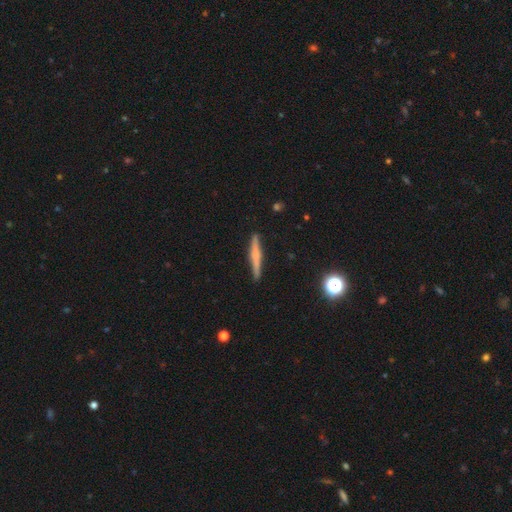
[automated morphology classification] smooth-or-featured: featured or disk: 51% | smooth: 41% | star or artifact: 8%
  disk-edge-on: yes: 97% | no: 3%
  merging: none: 89% | minor disturbance: 8% | major disturbance: 2% | merger: 1%